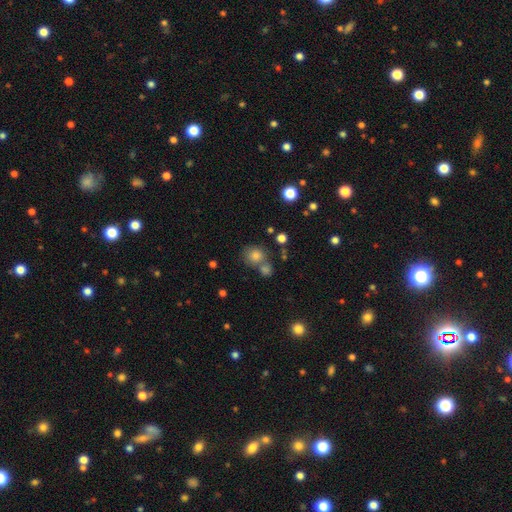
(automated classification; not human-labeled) A smooth galaxy with no disk features (78%) that is round (84%). Merging: none (57%).